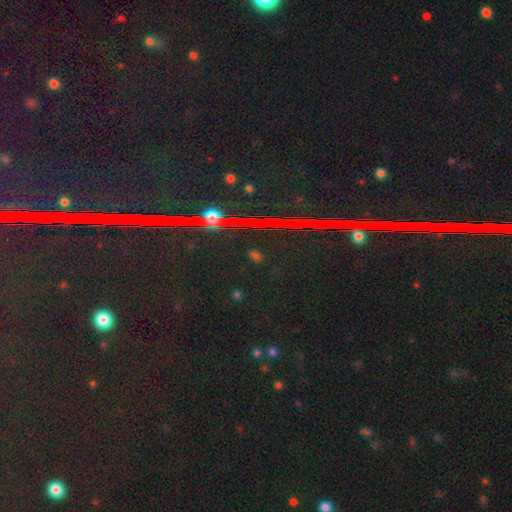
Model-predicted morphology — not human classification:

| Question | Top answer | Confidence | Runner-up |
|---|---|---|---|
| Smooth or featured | star or artifact | 78% | smooth (12%) |